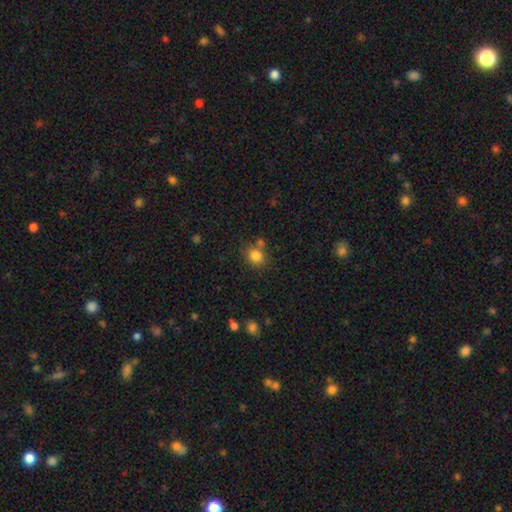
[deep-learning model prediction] Smooth or featured? Predicted: smooth (p=0.83). How rounded? Predicted: round (p=0.68). Merging? Predicted: none (p=0.70).